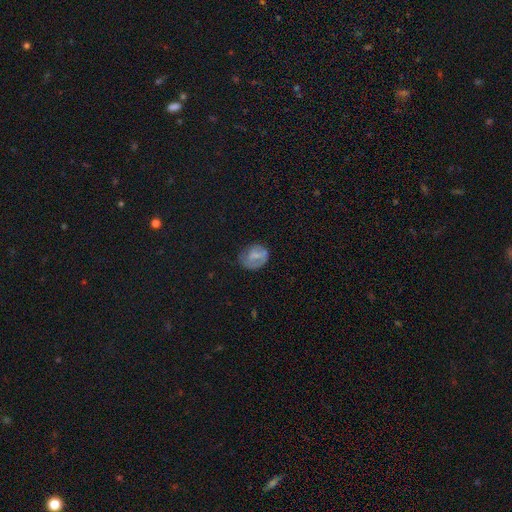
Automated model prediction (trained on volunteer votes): smooth-or-featured: smooth: 60% | featured or disk: 30% | star or artifact: 10%
  how-rounded: in between: 49% (tied) | round: 49% (tied) | cigar-shaped: 1%
  merging: none: 52% | minor disturbance: 29% | major disturbance: 17% | merger: 2%